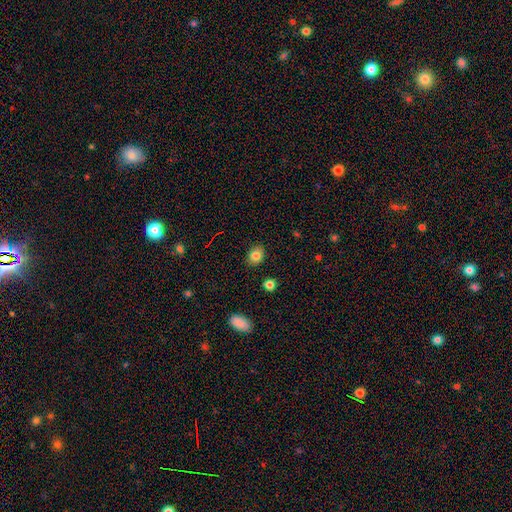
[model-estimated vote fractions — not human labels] smooth 82%, star or artifact 10%, featured or disk 8%. Down the decision tree: how rounded — in between (55%); merging — none (87%).